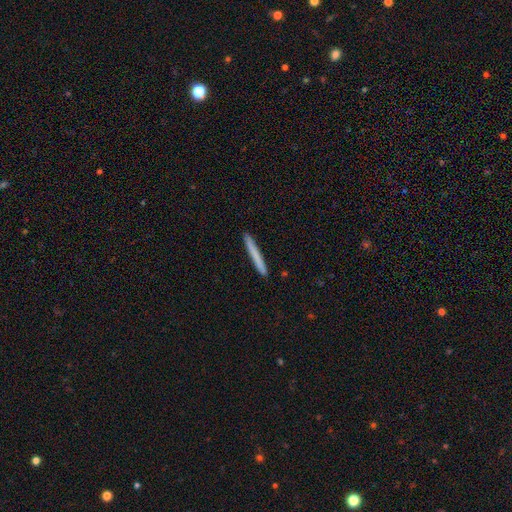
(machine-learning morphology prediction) The model was most divided on "smooth or featured": smooth: 72%, featured or disk: 23%, star or artifact: 6%. More confident: how rounded — cigar-shaped (97%); merging — none (93%).